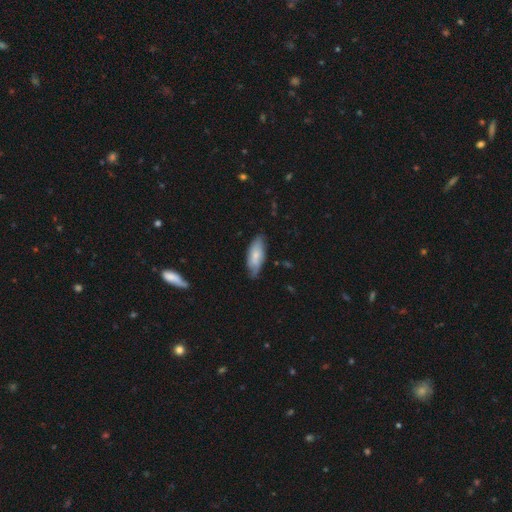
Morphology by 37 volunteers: A smooth galaxy with no disk features (65%) that is in between round and cigar-shaped (88%).

Vote fractions:
- Smooth or featured? smooth: 65% / featured or disk: 30% / star or artifact: 5%
- How rounded? in between: 88% / cigar-shaped: 12% / round: 0%
- Merging? none: 69% / minor disturbance: 29% / major disturbance: 3% / merger: 0%